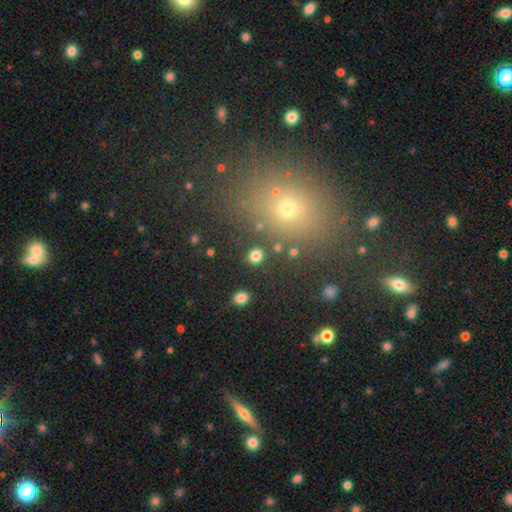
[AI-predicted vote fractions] Overall: smooth (81%). How rounded: round (80%). Merging: none (87%).